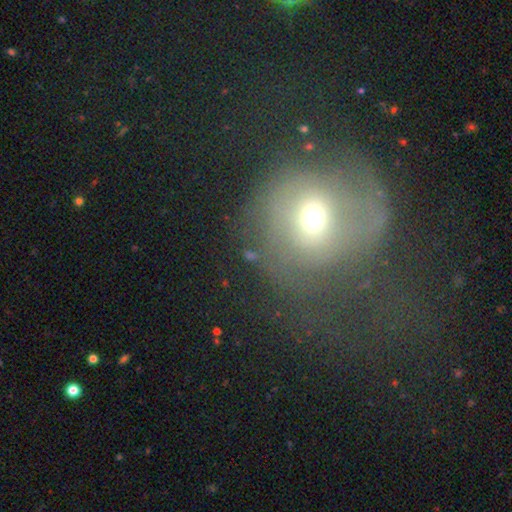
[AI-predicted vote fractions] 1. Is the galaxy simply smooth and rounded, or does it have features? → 46% smooth, 36% featured or disk, 18% star or artifact.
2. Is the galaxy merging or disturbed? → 49% none, 26% major disturbance, 16% minor disturbance, 8% merger.